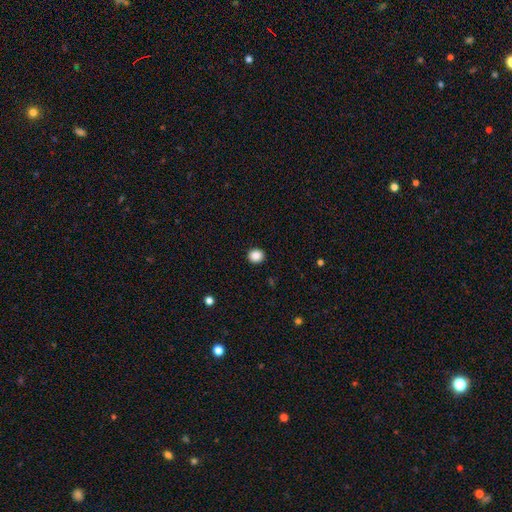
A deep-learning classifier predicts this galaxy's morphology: A smooth galaxy with no disk features (88%) that is round (89%).

Vote fractions:
- Smooth or featured? smooth: 88% / star or artifact: 10% / featured or disk: 3%
- How rounded? round: 89% / in between: 10% / cigar-shaped: 1%
- Merging? none: 93% / minor disturbance: 4% / major disturbance: 2% / merger: 1%